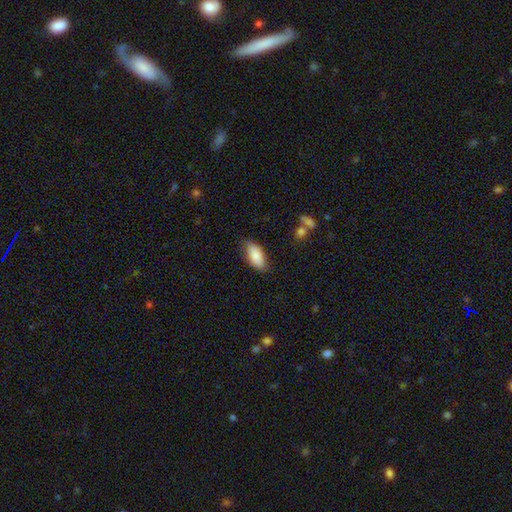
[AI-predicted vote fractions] Smooth or featured? smooth (86%)
How rounded? in between (91%)
Merging? none (77%)